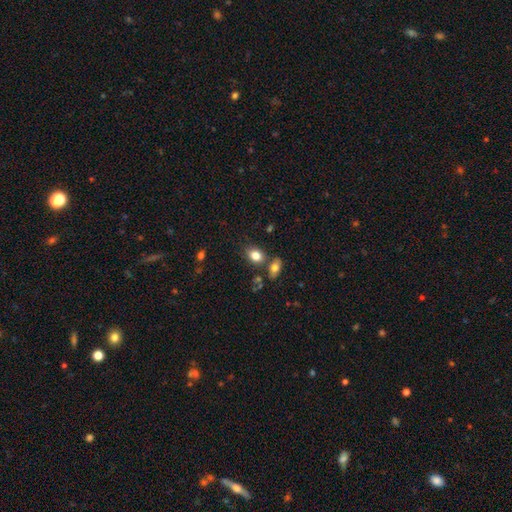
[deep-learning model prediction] smooth_or_featured: smooth (p=0.82) [alt: star or artifact p=0.09]
how_rounded: in between (p=0.67) [alt: round p=0.32]
merging: none (p=0.68) [alt: merger p=0.16]